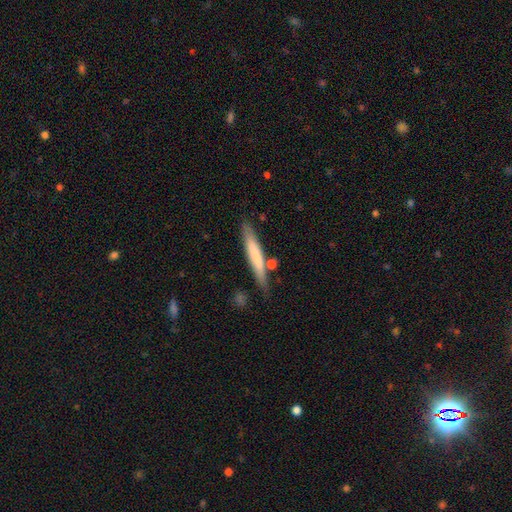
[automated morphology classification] A smooth galaxy with no disk features (65%) that is cigar-shaped (93%). Merging: none (77%).